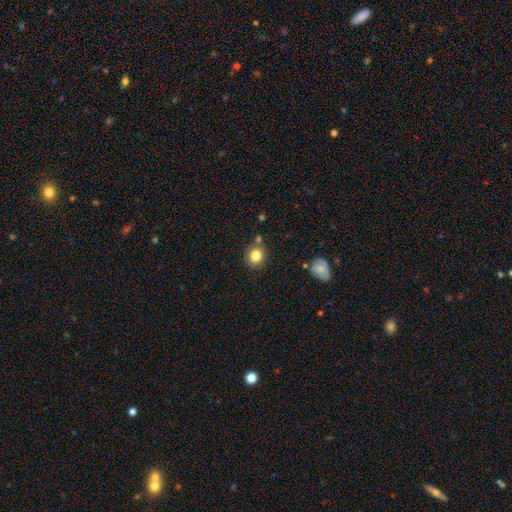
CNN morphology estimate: Overall: smooth (82%). How rounded: round (83%). Merging: none (80%).